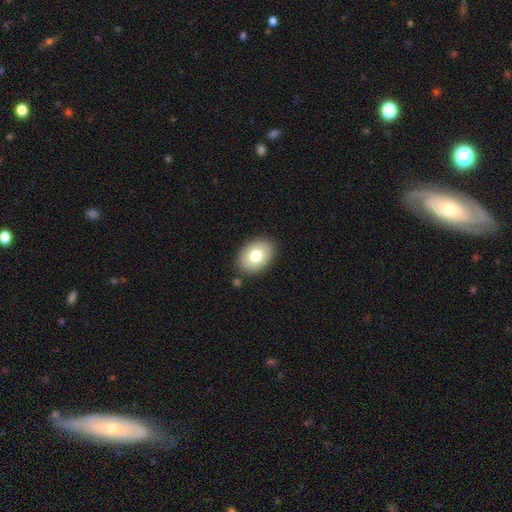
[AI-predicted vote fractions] Smooth or featured? smooth (75%)
How rounded? in between (78%)
Merging? none (85%)